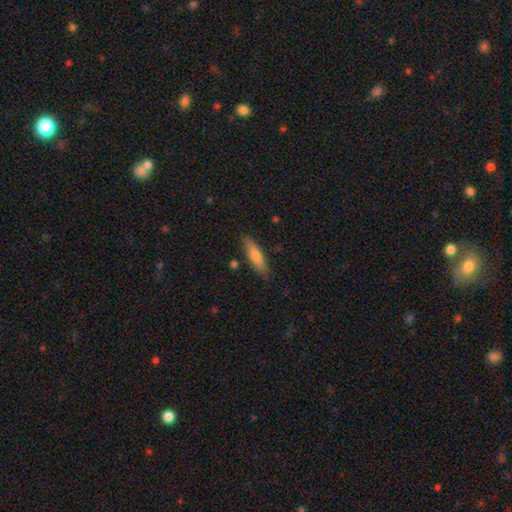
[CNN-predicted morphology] Smooth or featured?
  - smooth: 68% *
  - featured or disk: 26%
  - star or artifact: 6%
How rounded?
  - cigar-shaped: 74% *
  - in between: 24%
  - round: 2%
Merging?
  - none: 86% *
  - minor disturbance: 10%
  - major disturbance: 2%
  - merger: 2%